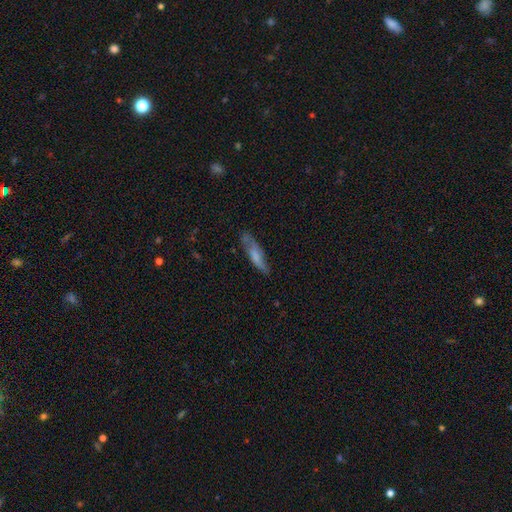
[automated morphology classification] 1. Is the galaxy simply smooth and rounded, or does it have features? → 60% smooth, 33% featured or disk, 7% star or artifact.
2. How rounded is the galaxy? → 70% cigar-shaped, 28% in between, 2% round.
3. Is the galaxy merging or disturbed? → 62% none, 26% minor disturbance, 8% major disturbance, 3% merger.